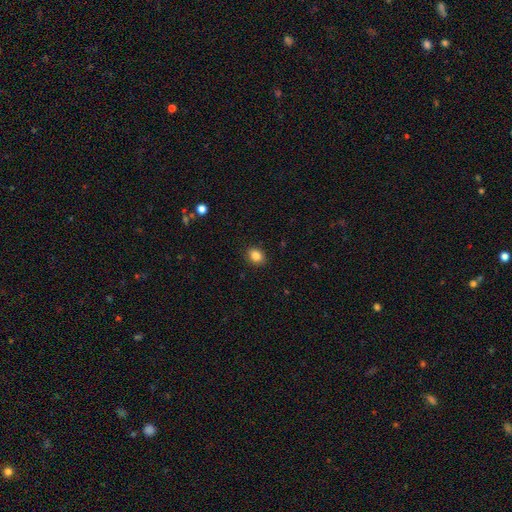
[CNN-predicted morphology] smooth 85%, star or artifact 10%, featured or disk 5%. Down the decision tree: how rounded — in between (57%); merging — none (90%).